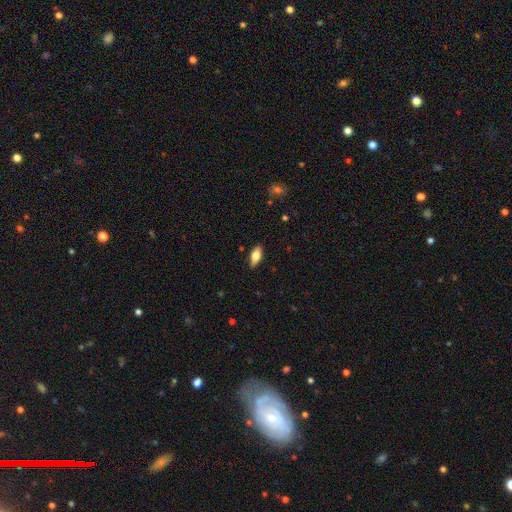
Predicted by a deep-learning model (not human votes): The model was most divided on "smooth or featured": smooth: 63%, featured or disk: 31%, star or artifact: 7%. More confident: merging — none (88%); how rounded — in between (77%).